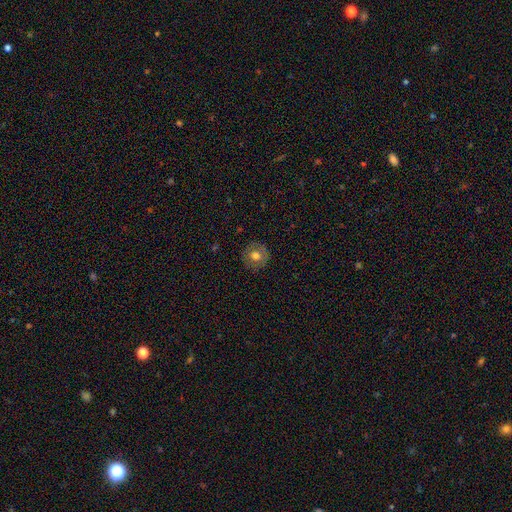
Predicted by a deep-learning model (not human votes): smooth_or_featured: smooth (p=0.67) [alt: featured or disk p=0.24]
how_rounded: round (p=0.92) [alt: in between p=0.07]
merging: none (p=0.87) [alt: minor disturbance p=0.09]